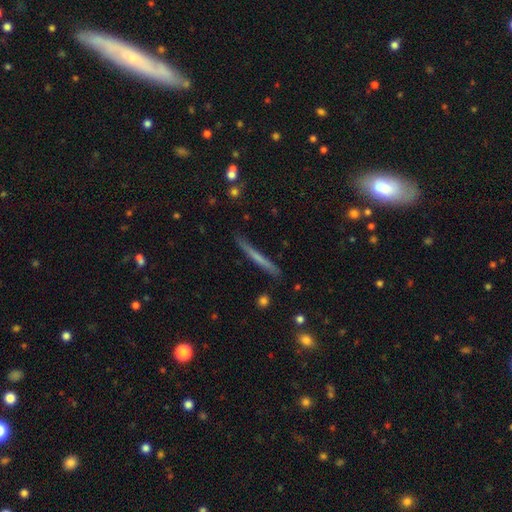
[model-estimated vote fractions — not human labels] smooth 51%, featured or disk 42%, star or artifact 7%. Down the decision tree: how rounded — cigar-shaped (96%); merging — none (86%).